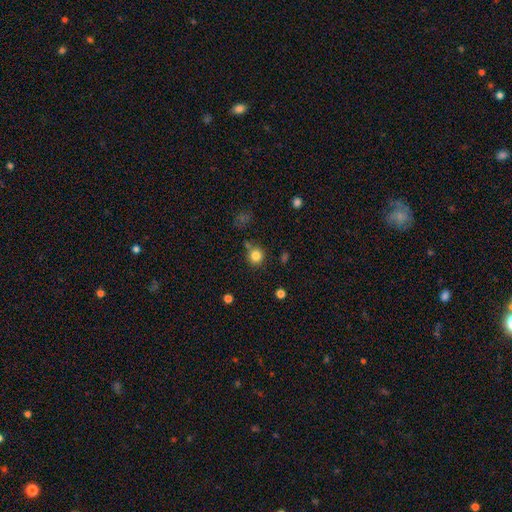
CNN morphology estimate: Smooth or featured: smooth — 82% (star or artifact — 12%)
How rounded: round — 91% (in between — 8%)
Merging: none — 78% (minor disturbance — 11%)